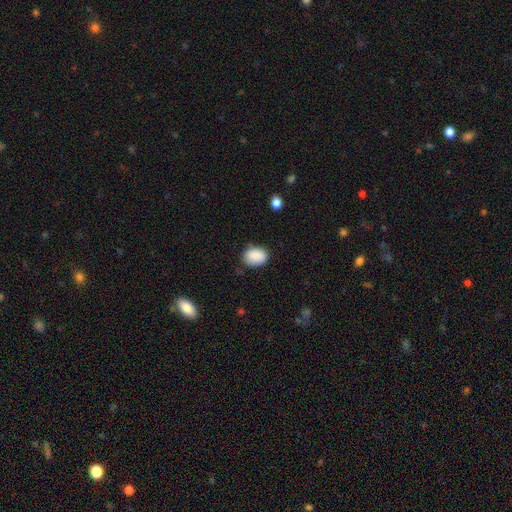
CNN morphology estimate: smooth 89%, star or artifact 8%, featured or disk 4%. Down the decision tree: how rounded — in between (72%); merging — none (76%).